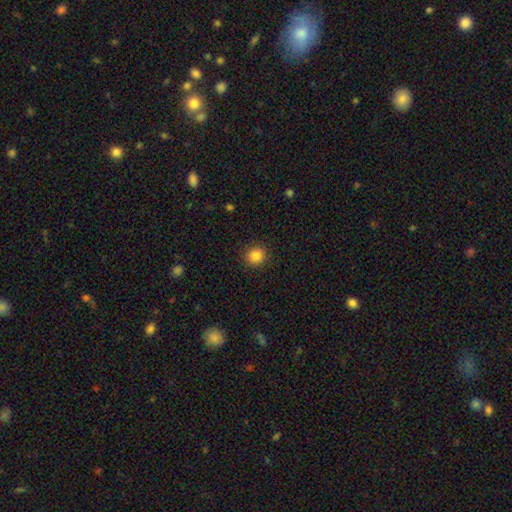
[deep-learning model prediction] Smooth or featured? smooth (86%)
How rounded? round (87%)
Merging? none (90%)